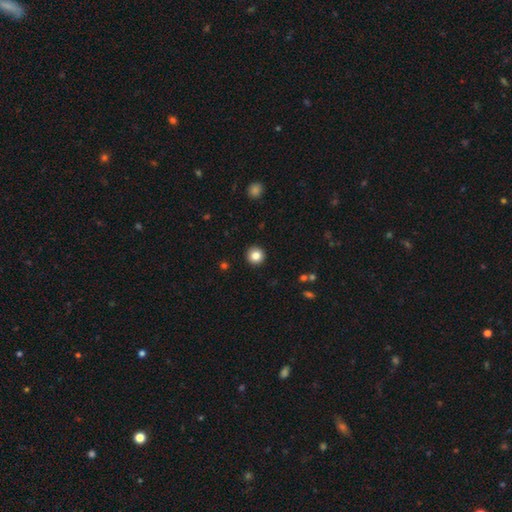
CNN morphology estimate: type=smooth (84%); roundness=round (96%); merging=none (93%).